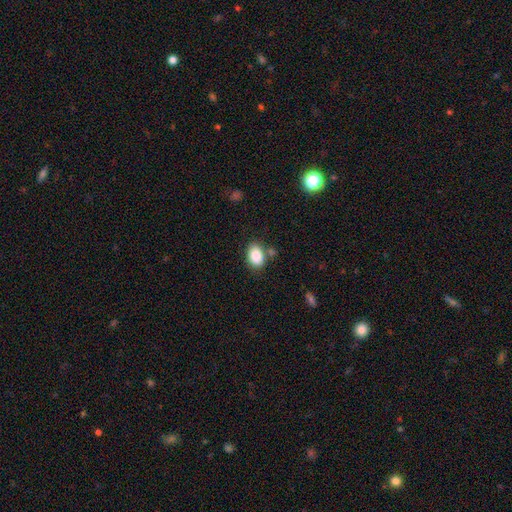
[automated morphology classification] This is clearly a smooth galaxy (86%). How rounded: clearly in between (83%). Merging: likely none (74%).